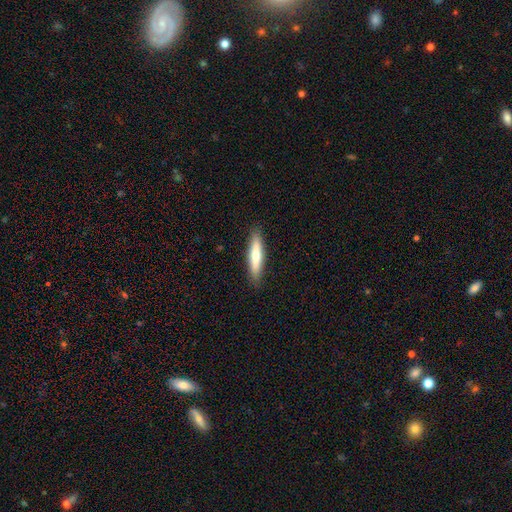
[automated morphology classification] smooth 64%, featured or disk 30%, star or artifact 5%. Down the decision tree: how rounded — cigar-shaped (85%); merging — none (90%).